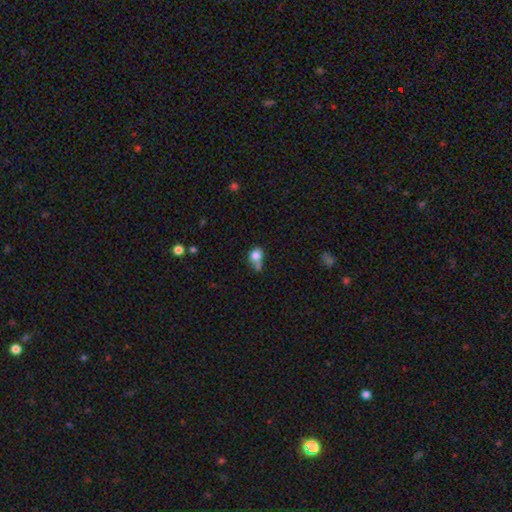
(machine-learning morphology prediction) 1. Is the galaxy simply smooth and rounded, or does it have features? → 80% smooth, 11% star or artifact, 10% featured or disk.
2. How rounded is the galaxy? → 61% round, 37% in between, 1% cigar-shaped.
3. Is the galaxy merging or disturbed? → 35% none, 33% merger, 21% minor disturbance, 11% major disturbance.